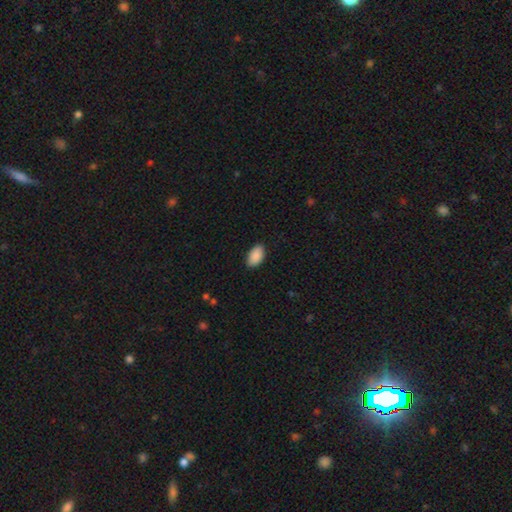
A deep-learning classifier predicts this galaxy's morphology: Smooth or featured: smooth — 91% (star or artifact — 6%)
How rounded: in between — 95% (round — 4%)
Merging: none — 88% (minor disturbance — 9%)